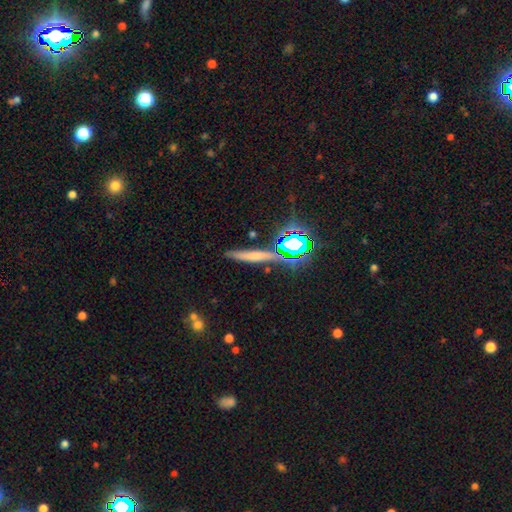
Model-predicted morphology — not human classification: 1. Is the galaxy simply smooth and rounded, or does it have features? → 50% smooth, 27% featured or disk, 22% star or artifact.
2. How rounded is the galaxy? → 87% cigar-shaped, 7% in between, 6% round.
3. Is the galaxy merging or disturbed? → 80% none, 12% minor disturbance, 5% merger, 3% major disturbance.